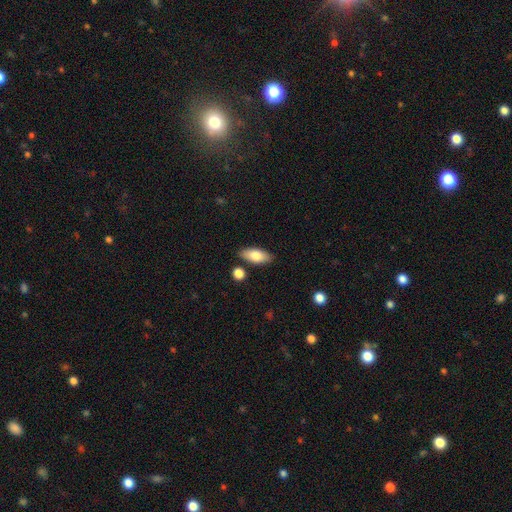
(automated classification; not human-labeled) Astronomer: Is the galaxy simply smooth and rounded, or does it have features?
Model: smooth — 77%.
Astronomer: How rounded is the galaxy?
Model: in between — 84%.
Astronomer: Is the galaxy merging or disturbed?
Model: none — 83%.